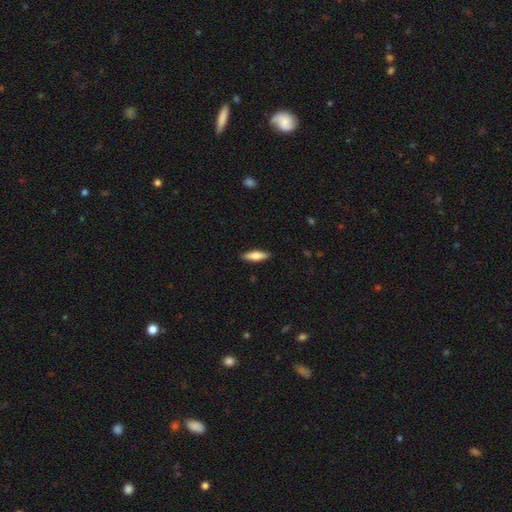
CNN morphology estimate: Q: Smooth or featured?
A: smooth (76%); runner-up: featured or disk (19%)
Q: How rounded?
A: cigar-shaped (51%); runner-up: in between (47%)
Q: Merging?
A: none (89%); runner-up: minor disturbance (8%)